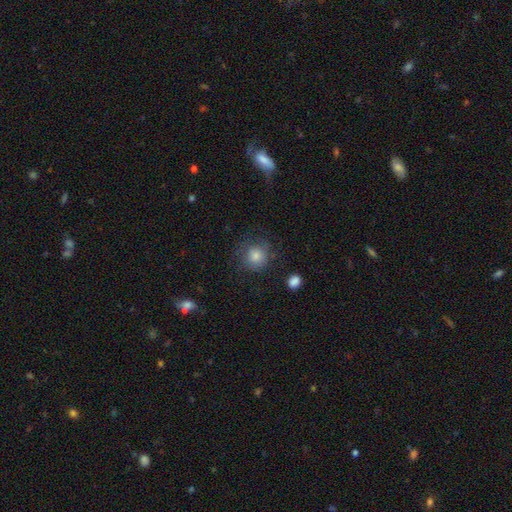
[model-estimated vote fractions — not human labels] Smooth or featured?
  - smooth: 74% *
  - star or artifact: 13%
  - featured or disk: 13%
How rounded?
  - round: 90% *
  - in between: 9%
  - cigar-shaped: 1%
Merging?
  - none: 74% *
  - minor disturbance: 16%
  - major disturbance: 9%
  - merger: 2%